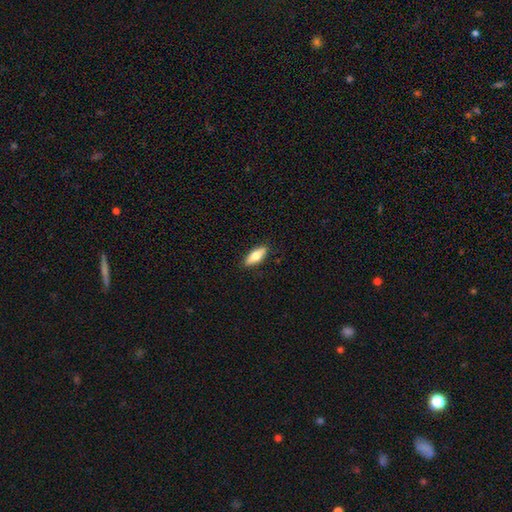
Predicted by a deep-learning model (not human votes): Smooth or featured: smooth — 69% (featured or disk — 25%)
How rounded: in between — 69% (cigar-shaped — 28%)
Merging: none — 88% (minor disturbance — 9%)